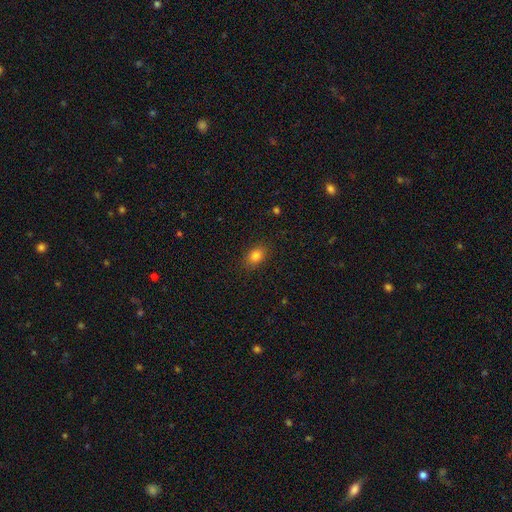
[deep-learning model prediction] Overall: smooth (83%). How rounded: in between (71%). Merging: none (86%).